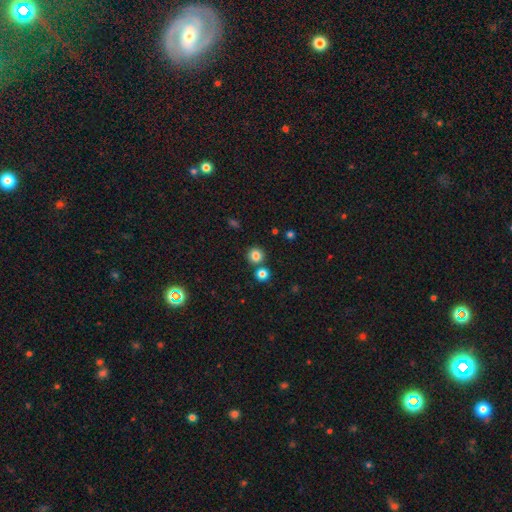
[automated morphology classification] Smooth or featured? Predicted: smooth (p=0.82). How rounded? Predicted: round (p=0.93). Merging? Predicted: none (p=0.77).